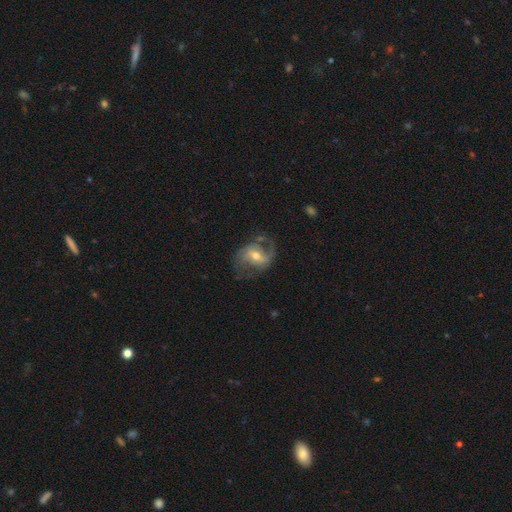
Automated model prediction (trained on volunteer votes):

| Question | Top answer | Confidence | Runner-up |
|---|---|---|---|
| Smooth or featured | featured or disk | 81% | smooth (13%) |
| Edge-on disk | no | 97% | yes (3%) |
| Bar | weak | 48% | strong (26%) |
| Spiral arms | yes | 92% | no (8%) |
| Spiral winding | medium | 47% | loose (39%) |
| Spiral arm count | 2 | 78% | 1 (9%) |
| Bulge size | moderate | 64% | small (30%) |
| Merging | none | 61% | minor disturbance (20%) |